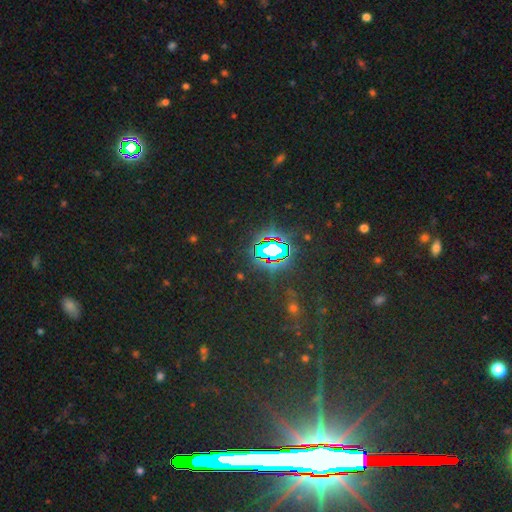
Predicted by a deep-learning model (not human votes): The model was most divided on "smooth or featured": star or artifact: 80%, smooth: 12%, featured or disk: 8%.